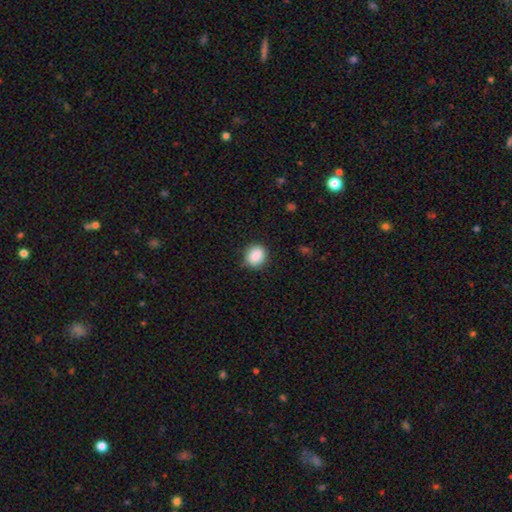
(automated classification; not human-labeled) The model was most divided on "how rounded": round: 69%, in between: 30%, cigar-shaped: 1%. More confident: smooth or featured — smooth (88%); merging — none (83%).